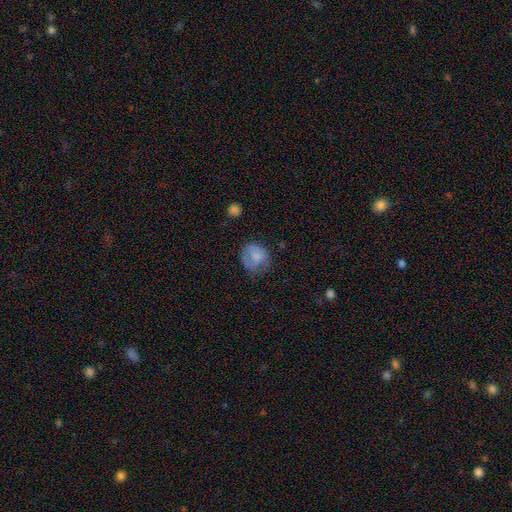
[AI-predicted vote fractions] This is likely a smooth galaxy (71%). How rounded: likely round (67%). Merging: possibly none (51%).